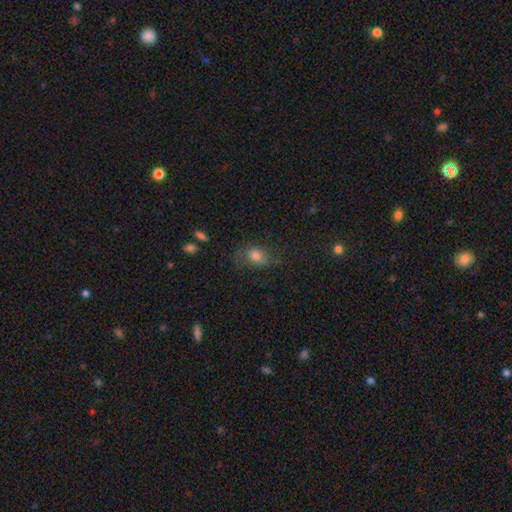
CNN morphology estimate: type=smooth (73%); roundness=in between (59%); merging=none (55%).